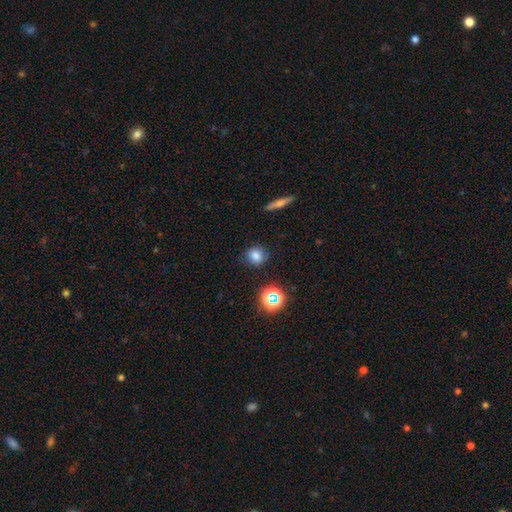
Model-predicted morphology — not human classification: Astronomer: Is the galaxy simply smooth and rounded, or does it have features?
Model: smooth — 77%.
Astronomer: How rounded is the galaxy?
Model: round — 81%.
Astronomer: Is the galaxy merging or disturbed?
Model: none — 85%.